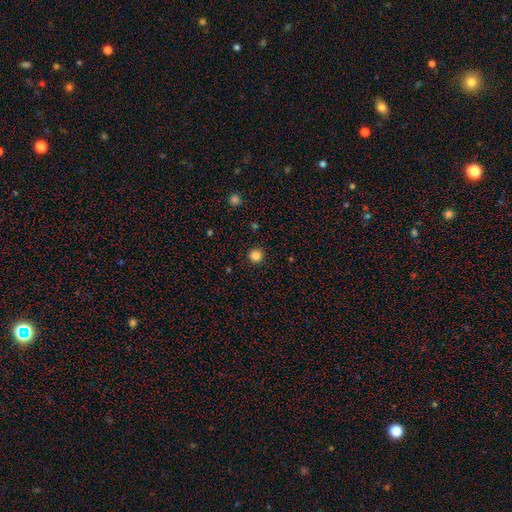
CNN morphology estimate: This is clearly a smooth galaxy (84%). How rounded: clearly round (96%). Merging: clearly none (93%).